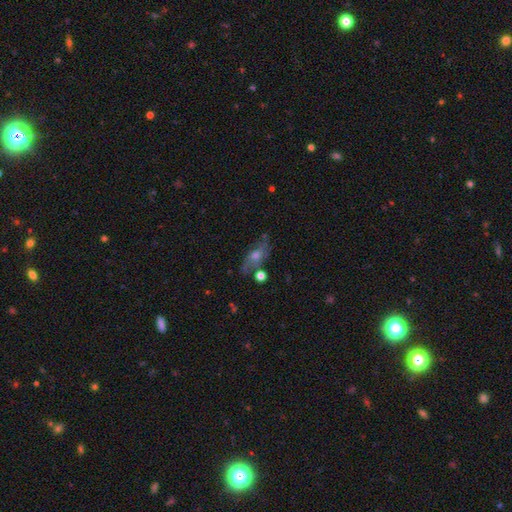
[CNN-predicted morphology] smooth_or_featured: featured or disk (p=0.60) [alt: smooth p=0.25]
disk_edge_on: no (p=0.79) [alt: yes p=0.21]
merging: none (p=0.63) [alt: minor disturbance p=0.19]